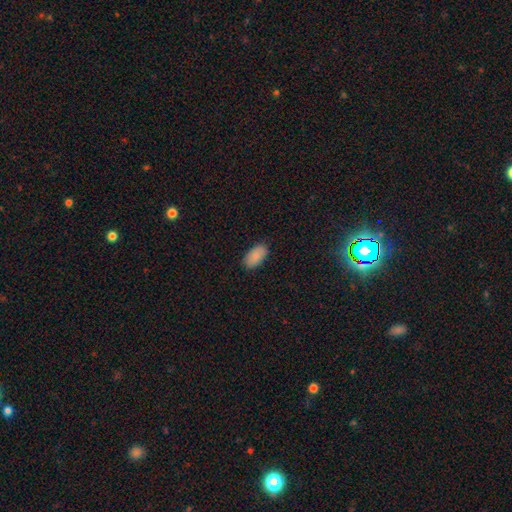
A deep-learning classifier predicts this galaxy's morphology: type=smooth (88%); roundness=in between (95%); merging=none (86%).